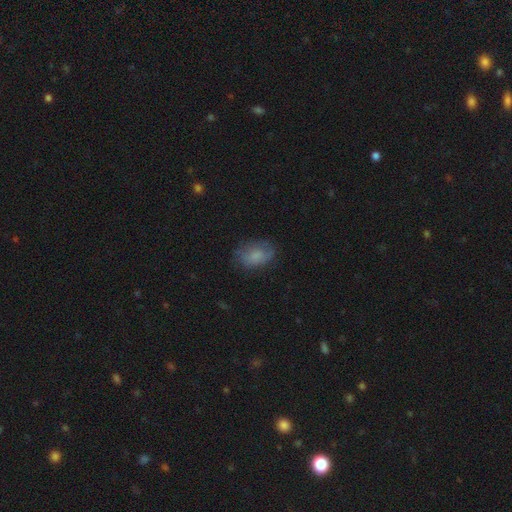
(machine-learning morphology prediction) Smooth or featured? Predicted: smooth (p=0.75). How rounded? Predicted: in between (p=0.81). Merging? Predicted: none (p=0.67).